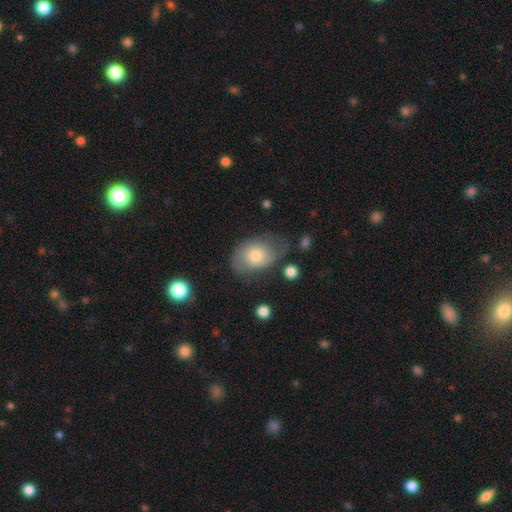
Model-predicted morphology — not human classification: This is likely a smooth galaxy (61%). How rounded: likely in between (77%). Merging: possibly none (53%).